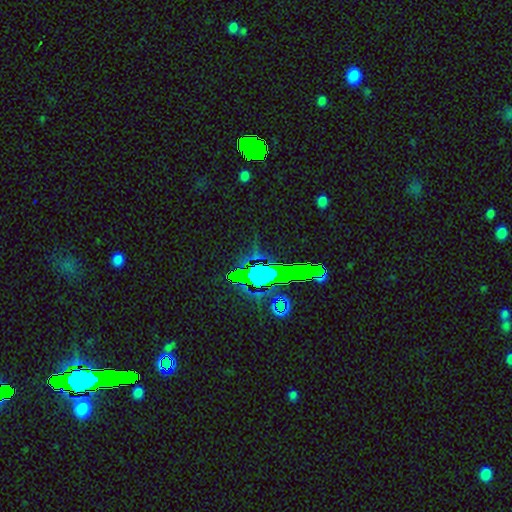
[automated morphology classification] Smooth or featured? star or artifact (75%)